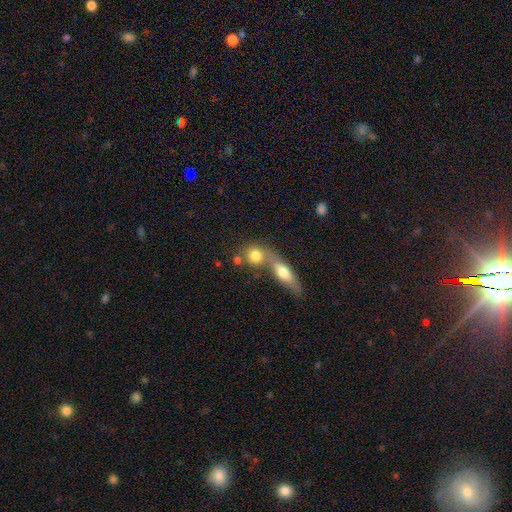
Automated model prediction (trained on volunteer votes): Overall: smooth (76%). How rounded: round (70%). Merging: merger (49%; none 39%).